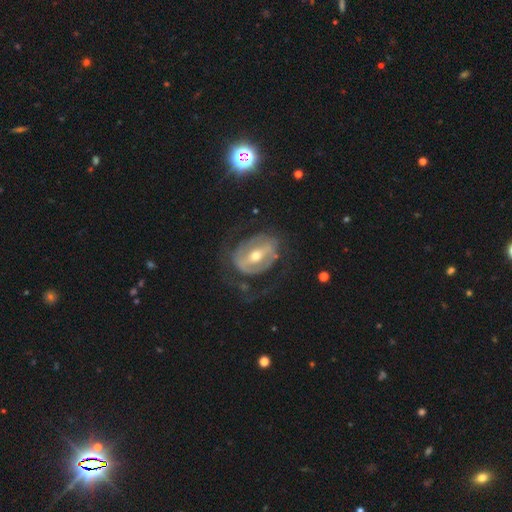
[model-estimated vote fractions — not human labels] A featured or disk galaxy (80%) with a strong bar (60%), spiral arms (62%) and a moderate central bulge (62%). Merging: none (56%).